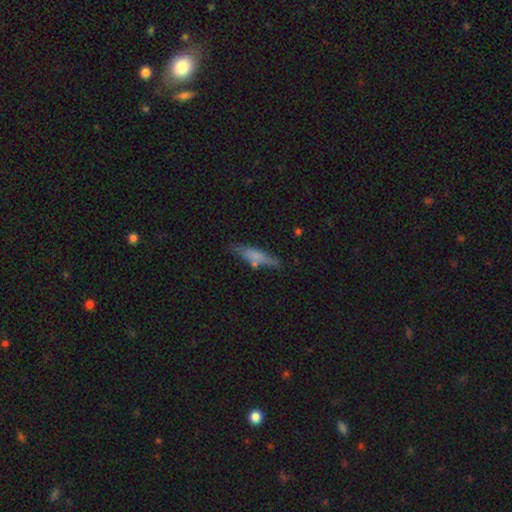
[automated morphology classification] A smooth galaxy with no disk features (63%) that is cigar-shaped (80%).

Vote fractions:
- Smooth or featured? smooth: 63% / featured or disk: 29% / star or artifact: 8%
- How rounded? cigar-shaped: 80% / in between: 18% / round: 2%
- Merging? none: 73% / minor disturbance: 17% / merger: 6% / major disturbance: 4%